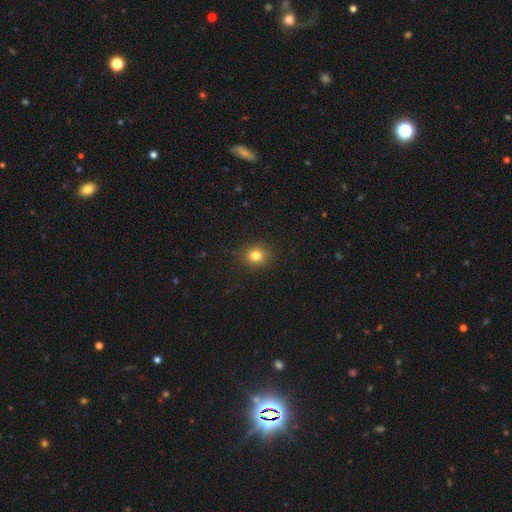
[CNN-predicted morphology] Smooth or featured? smooth (81%)
How rounded? round (75%)
Merging? none (89%)